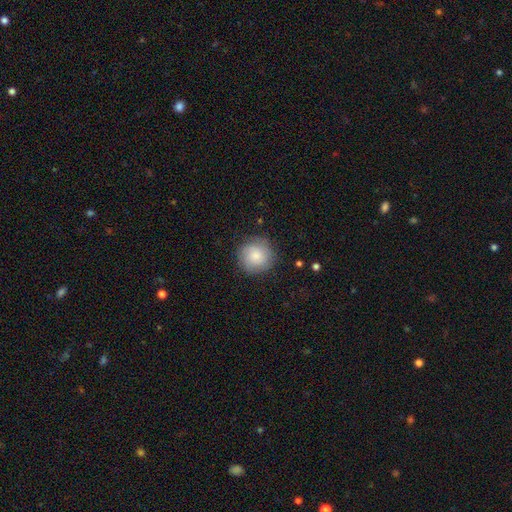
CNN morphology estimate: Q: Smooth or featured?
A: smooth (71%); runner-up: featured or disk (22%)
Q: How rounded?
A: round (94%); runner-up: in between (5%)
Q: Merging?
A: none (82%); runner-up: minor disturbance (13%)